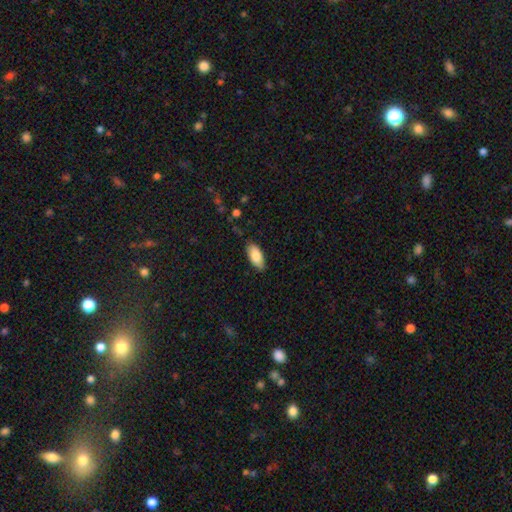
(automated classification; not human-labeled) This appears to be a smooth galaxy with no disk features (85%) that is in between round and cigar-shaped (88%). Merging: none (84%).